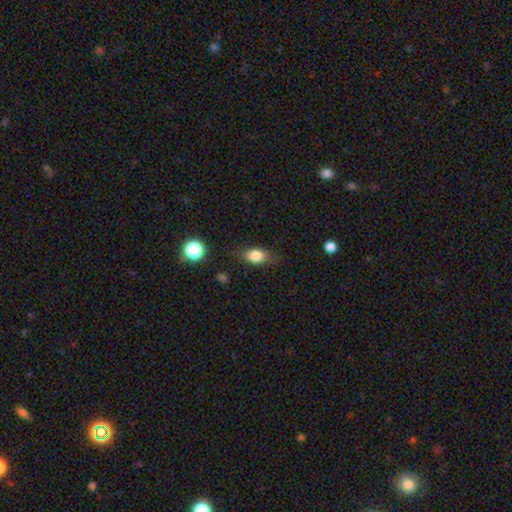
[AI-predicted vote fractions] Overall: smooth (82%). How rounded: in between (79%). Merging: none (78%).